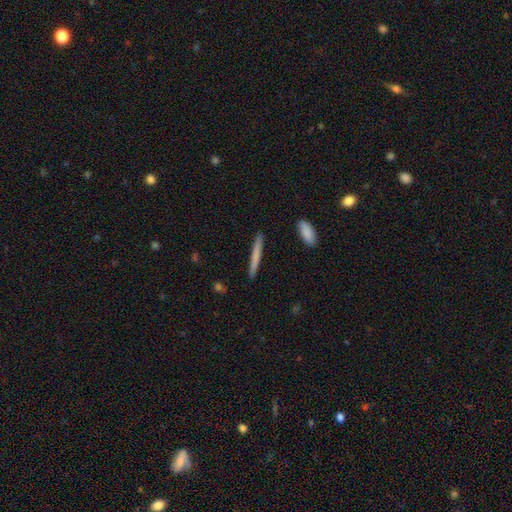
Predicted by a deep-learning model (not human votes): Smooth or featured?
  - smooth: 69% *
  - featured or disk: 26%
  - star or artifact: 5%
How rounded?
  - cigar-shaped: 96% *
  - in between: 2%
  - round: 1%
Merging?
  - none: 92% *
  - minor disturbance: 5%
  - merger: 1%
  - major disturbance: 1%